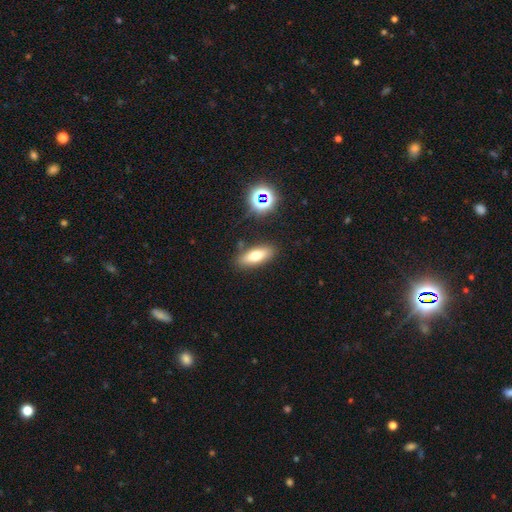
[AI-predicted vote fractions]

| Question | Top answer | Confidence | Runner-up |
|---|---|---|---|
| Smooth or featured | smooth | 71% | featured or disk (19%) |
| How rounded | in between | 69% | cigar-shaped (27%) |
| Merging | none | 84% | minor disturbance (10%) |